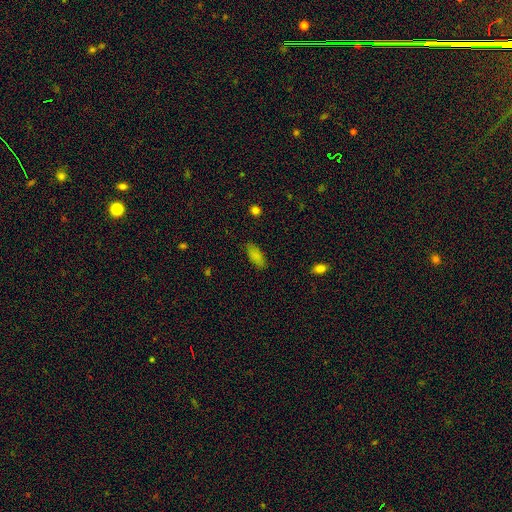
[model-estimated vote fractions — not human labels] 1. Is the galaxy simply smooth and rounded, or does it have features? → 85% smooth, 9% star or artifact, 6% featured or disk.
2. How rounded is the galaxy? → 83% in between, 14% cigar-shaped, 2% round.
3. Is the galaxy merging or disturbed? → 82% none, 14% minor disturbance, 3% major disturbance, 1% merger.